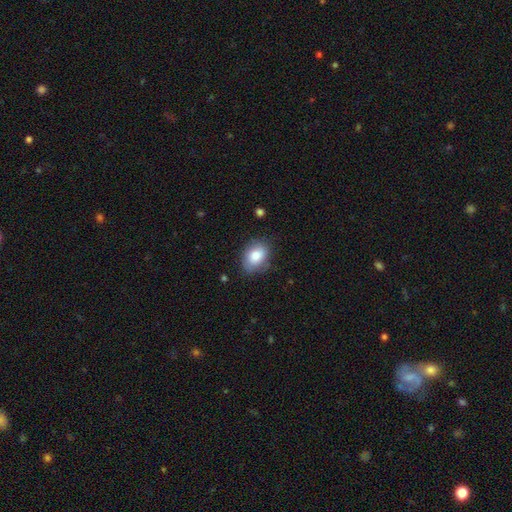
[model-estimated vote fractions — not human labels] Q: Smooth or featured?
A: smooth (80%); runner-up: featured or disk (13%)
Q: How rounded?
A: in between (73%); runner-up: round (26%)
Q: Merging?
A: none (74%); runner-up: minor disturbance (20%)